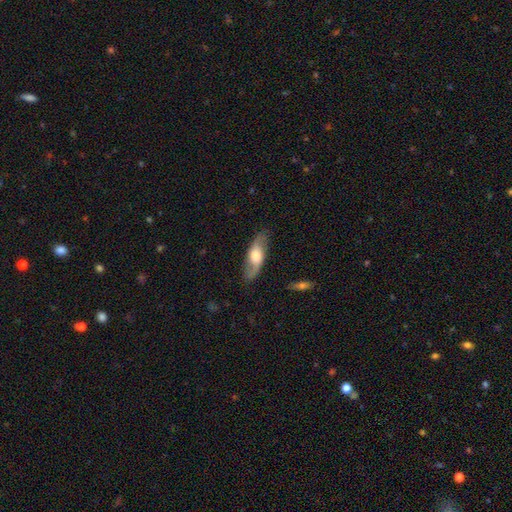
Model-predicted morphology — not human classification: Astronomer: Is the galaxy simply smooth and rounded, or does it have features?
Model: featured or disk — 50% (runner-up: smooth, 45%).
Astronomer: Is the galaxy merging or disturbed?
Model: none — 80%.